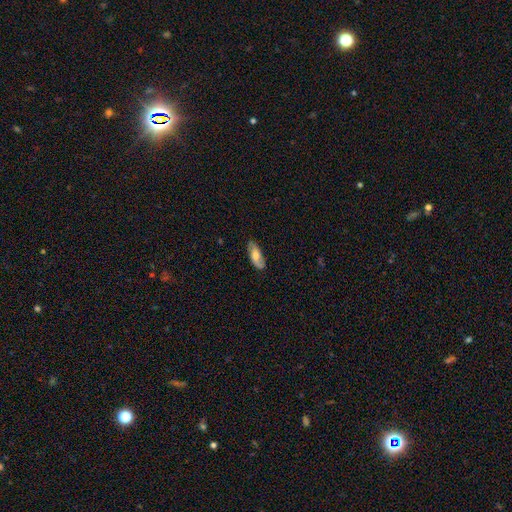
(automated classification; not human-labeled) smooth_or_featured: smooth (p=0.54) [alt: featured or disk p=0.40]
how_rounded: in between (p=0.78) [alt: cigar-shaped p=0.19]
merging: none (p=0.77) [alt: minor disturbance p=0.18]